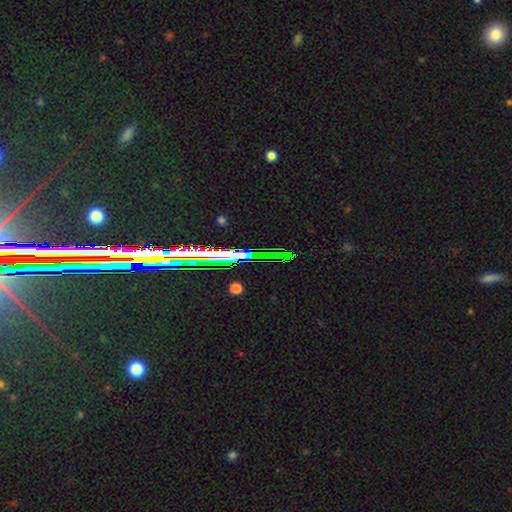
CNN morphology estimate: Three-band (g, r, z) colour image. It shows a star or artifact, not a galaxy (65%).